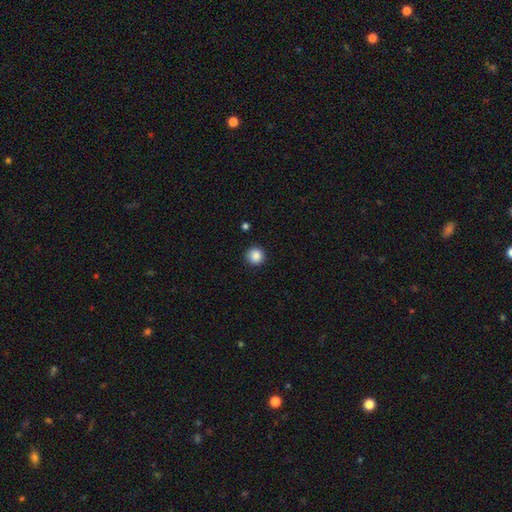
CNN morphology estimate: This is clearly a smooth galaxy (87%). How rounded: clearly round (95%). Merging: clearly none (91%).